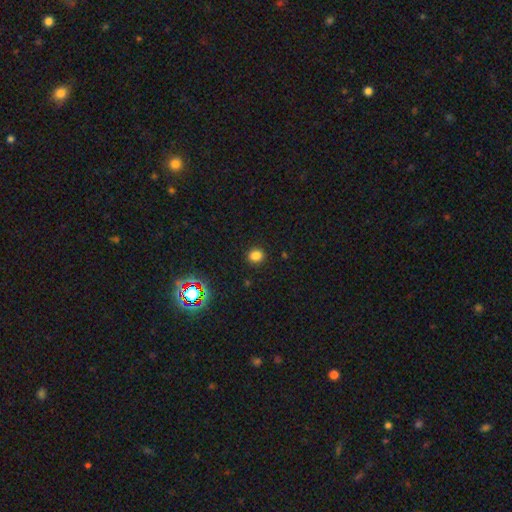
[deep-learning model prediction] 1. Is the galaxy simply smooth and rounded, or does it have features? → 80% smooth, 16% star or artifact, 4% featured or disk.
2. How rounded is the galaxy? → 75% round, 24% in between, 1% cigar-shaped.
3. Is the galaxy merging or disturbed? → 90% none, 6% minor disturbance, 2% major disturbance, 1% merger.